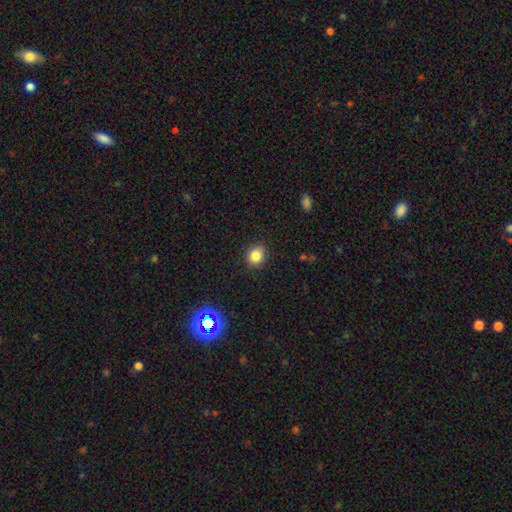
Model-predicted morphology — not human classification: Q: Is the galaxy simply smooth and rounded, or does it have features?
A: smooth — 83%.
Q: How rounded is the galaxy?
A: round — 70%.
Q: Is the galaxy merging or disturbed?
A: none — 90%.